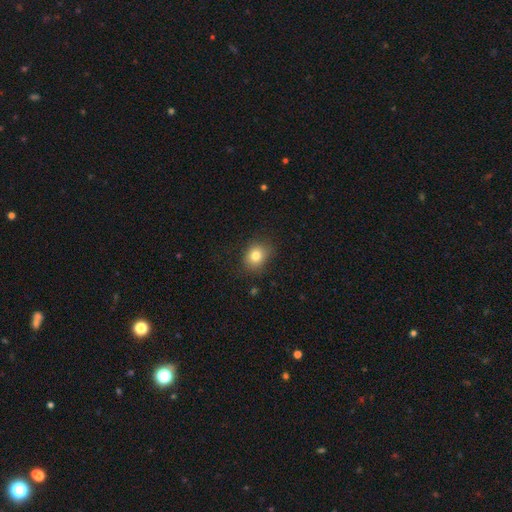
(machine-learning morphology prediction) Smooth or featured?
  - smooth: 80% *
  - star or artifact: 12%
  - featured or disk: 8%
How rounded?
  - round: 63% *
  - in between: 36%
  - cigar-shaped: 1%
Merging?
  - none: 79% *
  - minor disturbance: 16%
  - major disturbance: 5%
  - merger: 1%